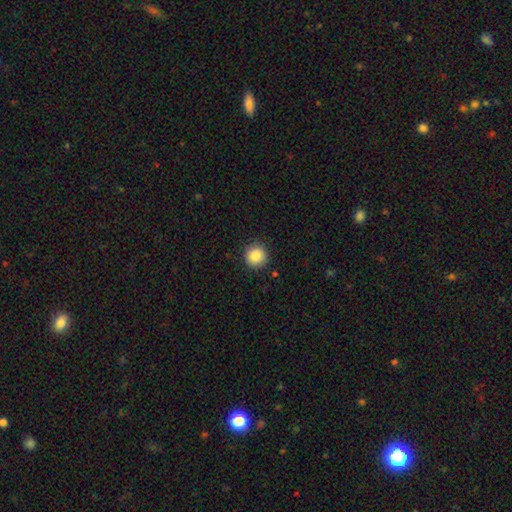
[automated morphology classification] A smooth galaxy with no disk features (87%) that is round (94%). Merging: none (89%).